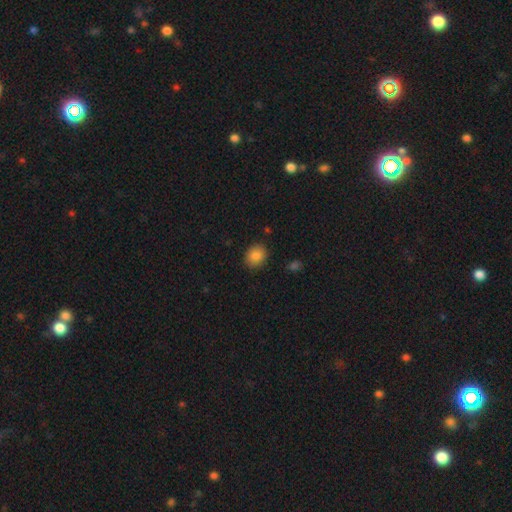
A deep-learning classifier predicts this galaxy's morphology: This appears to be a smooth galaxy with no disk features (85%) that is round (59%). Merging: none (88%).